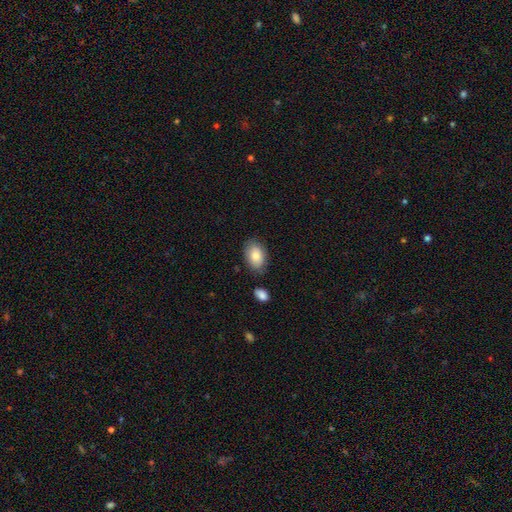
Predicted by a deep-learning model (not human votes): This is clearly a smooth galaxy (83%). How rounded: clearly in between (90%). Merging: likely none (77%).